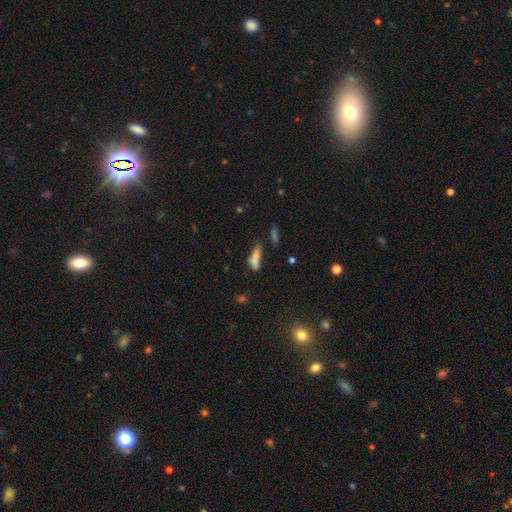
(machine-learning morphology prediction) Smooth or featured? Predicted: smooth (p=0.69). How rounded? Predicted: cigar-shaped (p=0.51). Merging? Predicted: none (p=0.38).